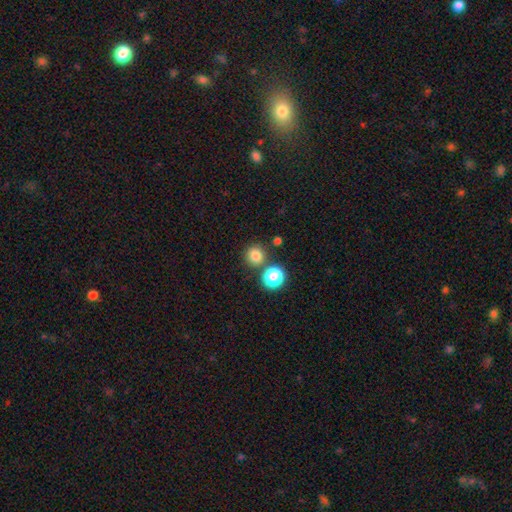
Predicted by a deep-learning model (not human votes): This is likely a smooth galaxy (80%). How rounded: clearly round (91%). Merging: likely none (77%).